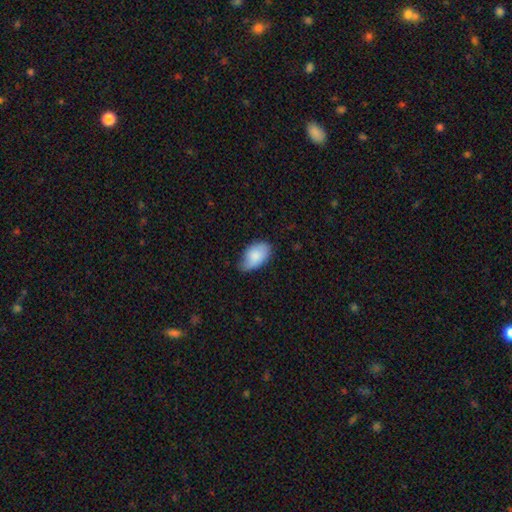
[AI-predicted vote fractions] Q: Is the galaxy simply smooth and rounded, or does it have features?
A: smooth — 85%.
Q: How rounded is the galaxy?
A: in between — 94%.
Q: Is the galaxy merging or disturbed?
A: none — 57%.